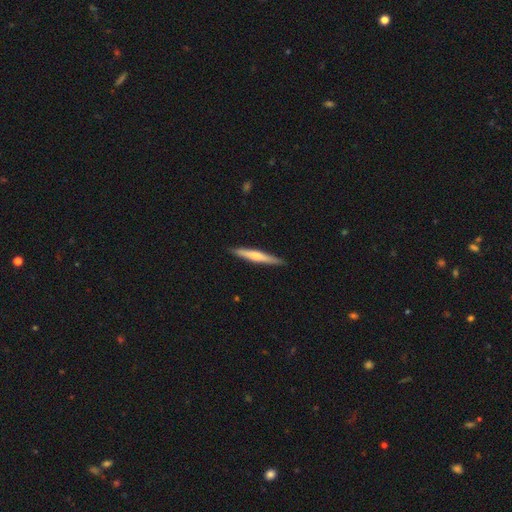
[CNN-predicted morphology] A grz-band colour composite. It shows a featured or disk galaxy (50%) viewed edge-on (96%). Merging: none (91%).